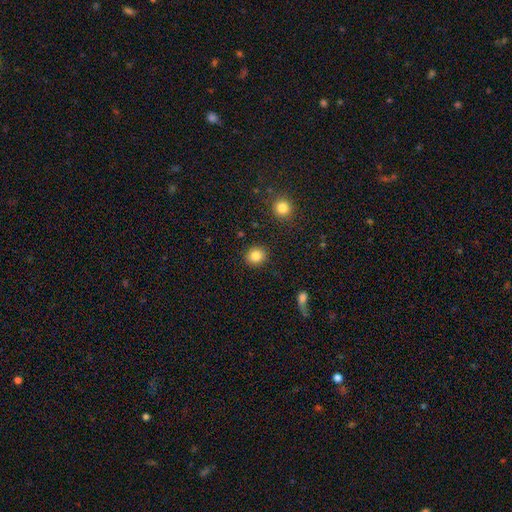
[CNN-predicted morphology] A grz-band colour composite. It shows a smooth galaxy with no disk features (85%) that is round (81%). Merging: none (89%).